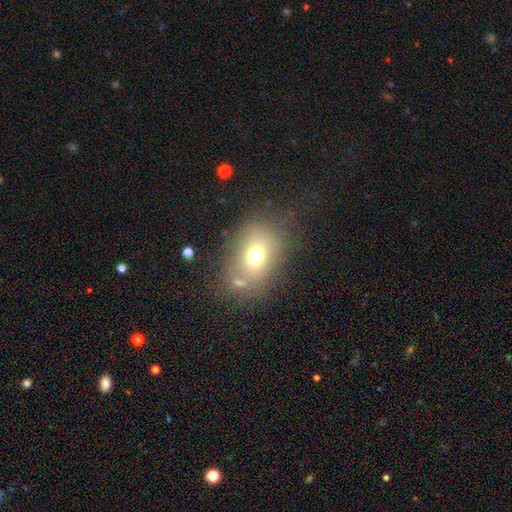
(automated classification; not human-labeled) smooth 68%, featured or disk 17%, star or artifact 15%. Down the decision tree: how rounded — in between (70%); merging — none (64%).